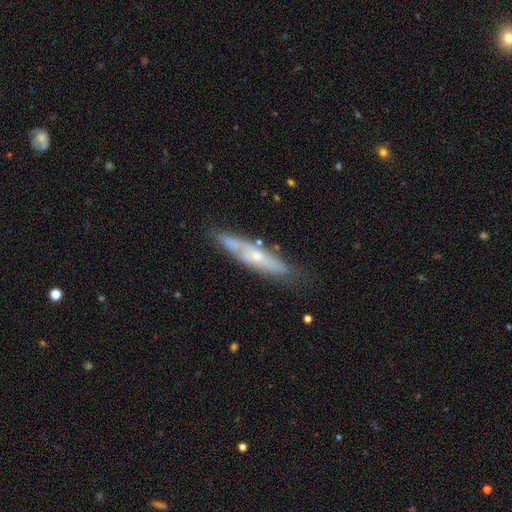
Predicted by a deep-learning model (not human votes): This is possibly a featured or disk galaxy (57%). It is possibly viewed edge-on (54%). Merging: likely none (68%).